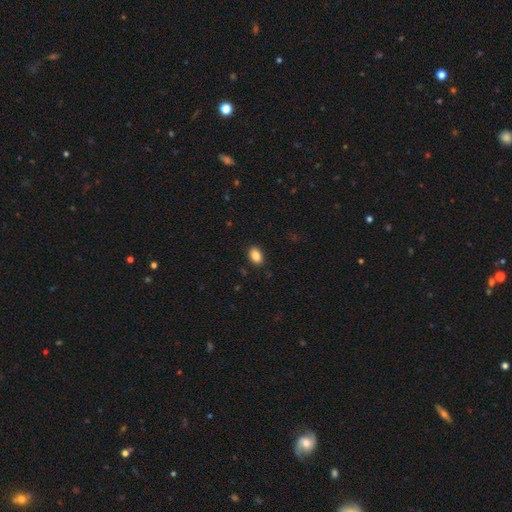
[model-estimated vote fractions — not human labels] This is clearly a smooth galaxy (87%). How rounded: clearly in between (85%). Merging: clearly none (88%).